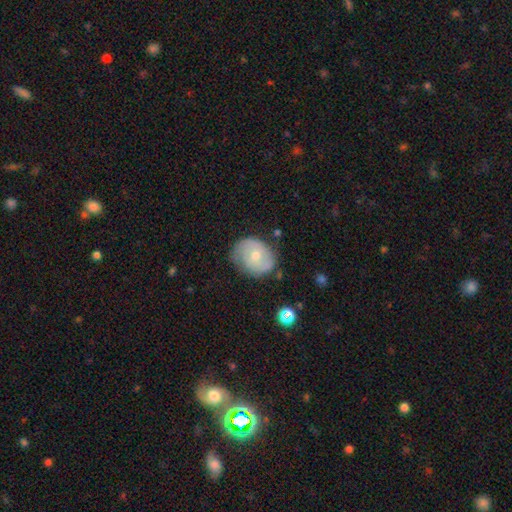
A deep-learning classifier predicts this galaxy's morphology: type=smooth (49%); merging=none (64%).